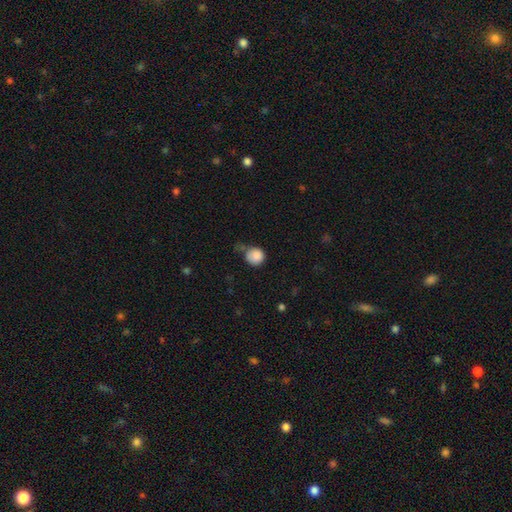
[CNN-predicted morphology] Overall: smooth (86%). How rounded: round (90%). Merging: none (53%; minor disturbance 29%).